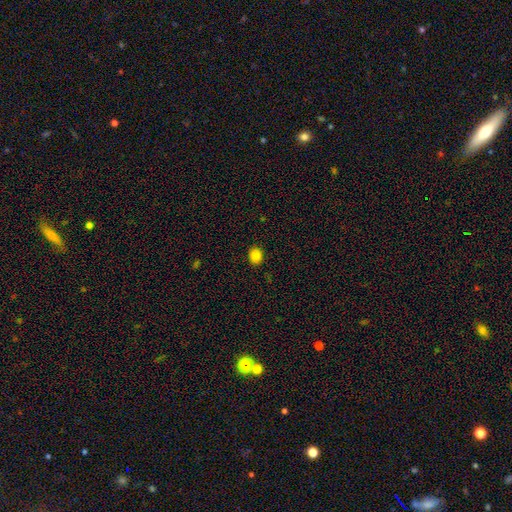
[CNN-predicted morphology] smooth-or-featured: smooth: 85% | star or artifact: 11% | featured or disk: 3%
  how-rounded: round: 55% | in between: 44% | cigar-shaped: 1%
  merging: none: 90% | minor disturbance: 7% | major disturbance: 2% | merger: 1%